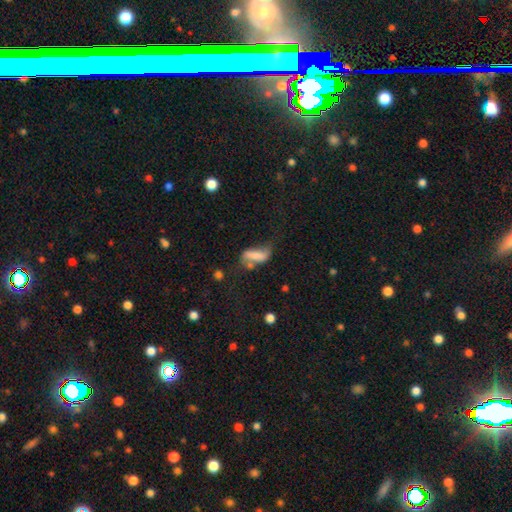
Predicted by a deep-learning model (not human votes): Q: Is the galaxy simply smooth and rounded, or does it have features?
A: smooth — 58%.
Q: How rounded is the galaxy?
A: in between — 75%.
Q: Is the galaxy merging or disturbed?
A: major disturbance — 31%, tied with none.